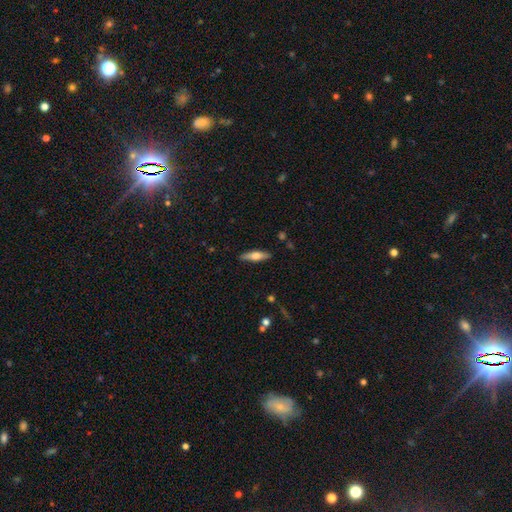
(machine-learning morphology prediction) smooth_or_featured: smooth (p=0.50) [alt: featured or disk p=0.44]
how_rounded: cigar-shaped (p=0.63) [alt: in between p=0.35]
merging: none (p=0.88) [alt: minor disturbance p=0.09]